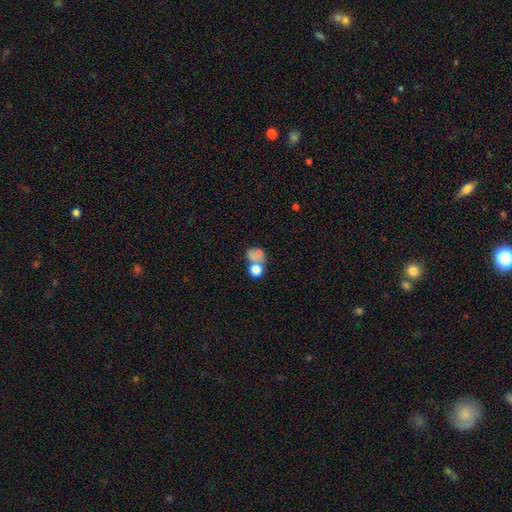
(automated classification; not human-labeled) Q: Smooth or featured?
A: smooth (69%); runner-up: featured or disk (18%)
Q: How rounded?
A: round (52%); runner-up: in between (46%)
Q: Merging?
A: merger (49%); runner-up: none (28%)